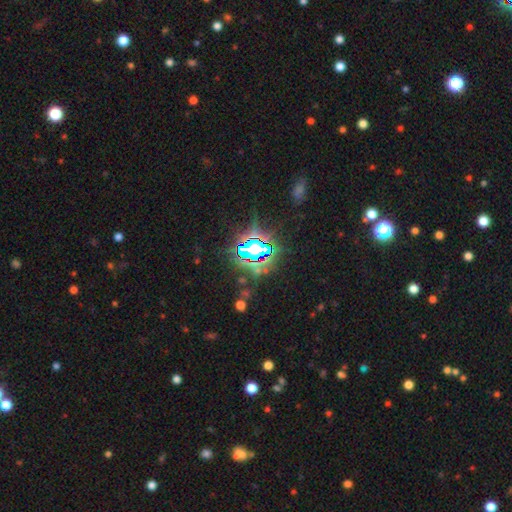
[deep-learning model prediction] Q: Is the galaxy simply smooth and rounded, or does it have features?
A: star or artifact — 78%.